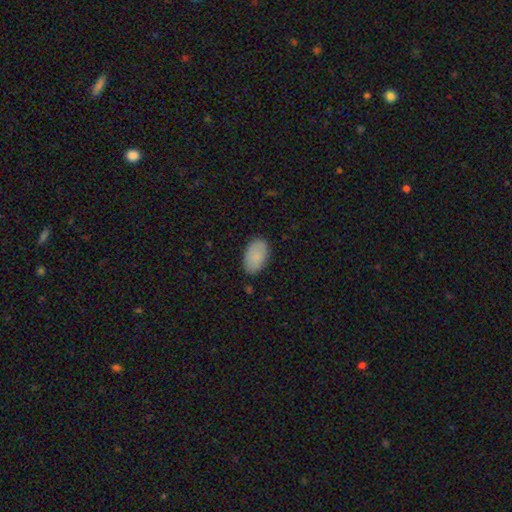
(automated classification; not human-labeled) This appears to be a smooth galaxy with no disk features (86%) that is in between round and cigar-shaped (94%). Merging: none (85%).